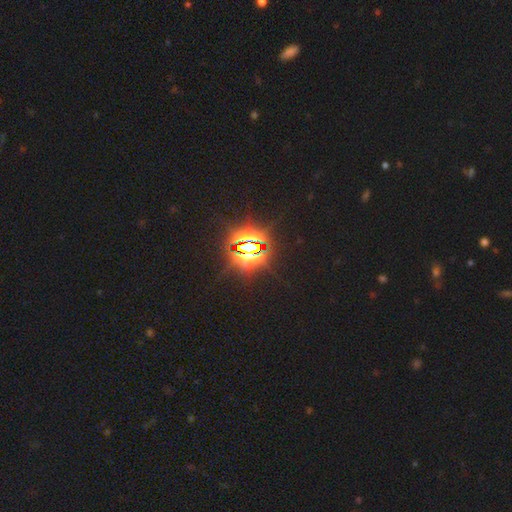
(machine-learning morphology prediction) Q: Smooth or featured?
A: star or artifact (84%); runner-up: smooth (8%)